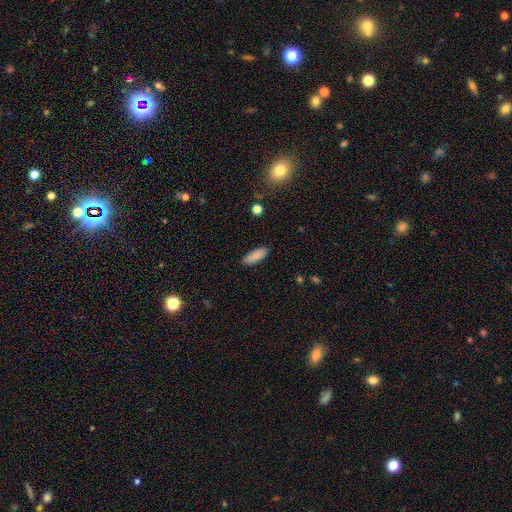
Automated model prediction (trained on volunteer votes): Smooth or featured? smooth (88%)
How rounded? in between (69%)
Merging? none (89%)